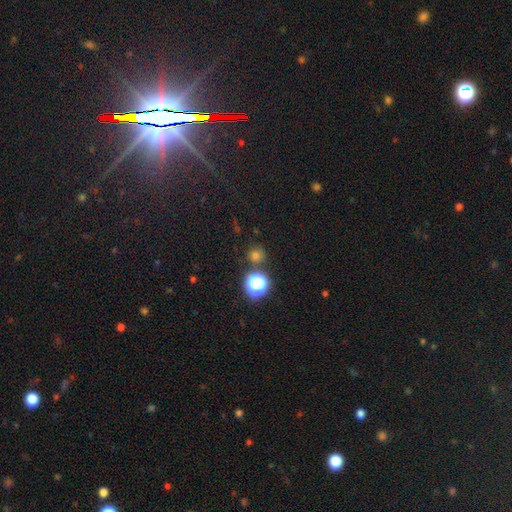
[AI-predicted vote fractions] smooth 67%, star or artifact 27%, featured or disk 6%. Down the decision tree: how rounded — round (92%); merging — none (82%).